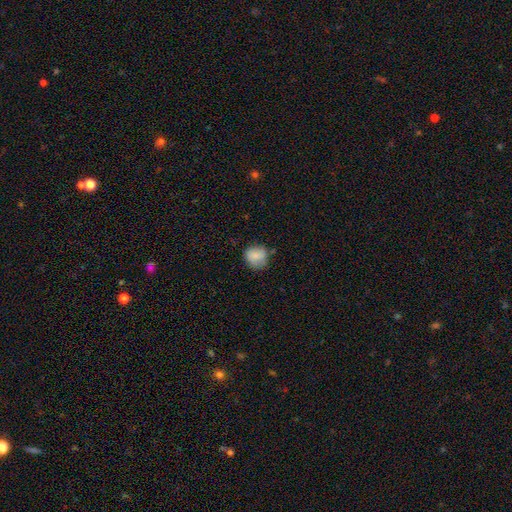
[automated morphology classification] Smooth or featured? Predicted: smooth (p=0.83). How rounded? Predicted: round (p=0.78). Merging? Predicted: none (p=0.66).